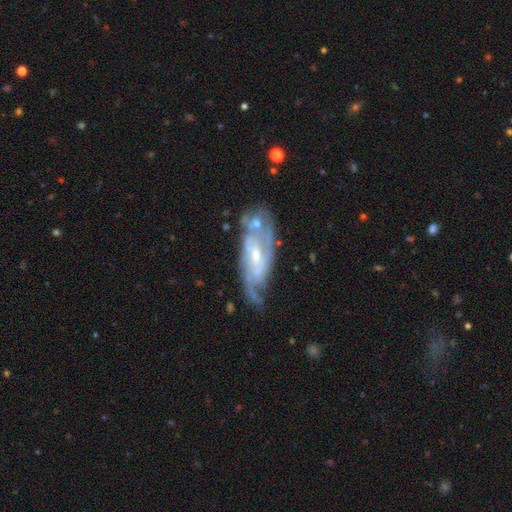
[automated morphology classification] Smooth or featured?
  - featured or disk: 85% *
  - smooth: 9%
  - star or artifact: 6%
Edge-on disk?
  - no: 90% *
  - yes: 10%
Bar?
  - weak: 46% *
  - no: 34%
  - strong: 20%
Spiral arms?
  - yes: 94% *
  - no: 6%
Spiral winding?
  - tight: 44% *
  - medium: 41%
  - loose: 15%
Spiral arm count?
  - 2: 42% *
  - can't tell: 28%
  - 3: 17%
  - 4: 6%
  - 1: 4%
  - more than 4: 3%
Bulge size?
  - small: 57% *
  - moderate: 38%
  - none: 3%
  - large: 2%
  - dominant: 1%
Merging?
  - none: 55% *
  - minor disturbance: 21%
  - merger: 12%
  - major disturbance: 11%